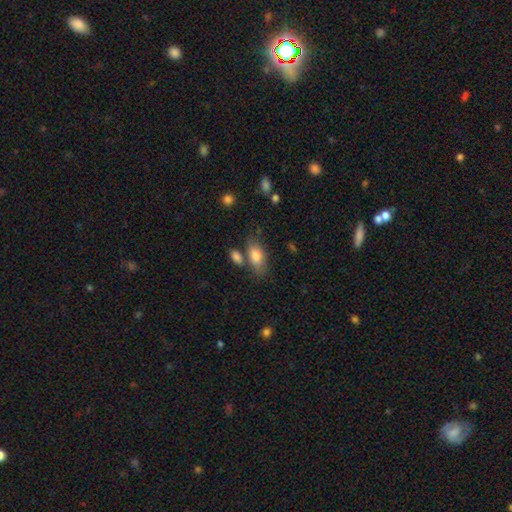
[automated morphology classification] type=smooth (79%); roundness=in between (87%); merging=none (62%).